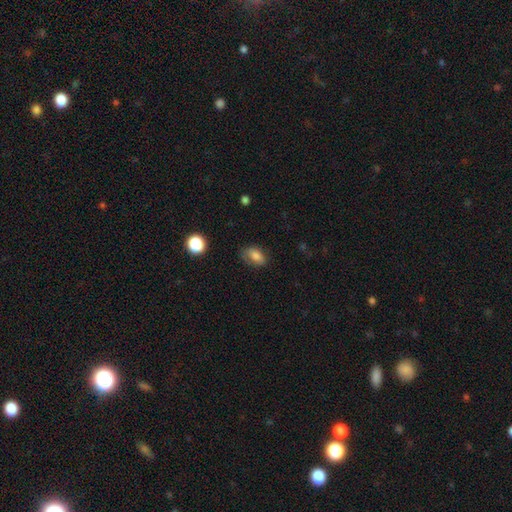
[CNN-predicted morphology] Smooth or featured? Predicted: smooth (p=0.81). How rounded? Predicted: in between (p=0.86). Merging? Predicted: none (p=0.68).